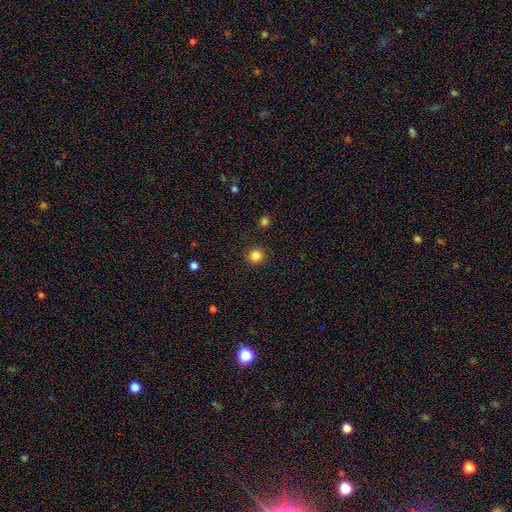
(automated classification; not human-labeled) Smooth or featured? smooth (84%)
How rounded? round (94%)
Merging? none (92%)